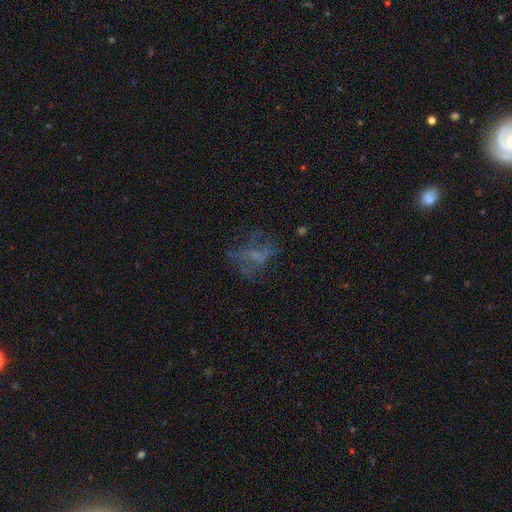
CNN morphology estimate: Overall: featured or disk (45%; smooth 29%). Merging: none (49%; major disturbance 31%).